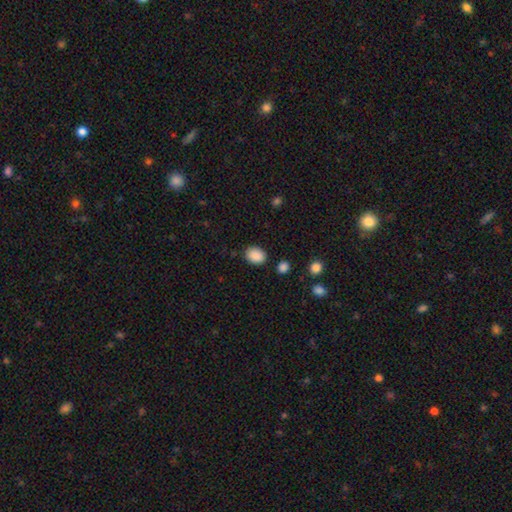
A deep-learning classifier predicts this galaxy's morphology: A smooth galaxy with no disk features (89%) that is in between round and cigar-shaped (61%). Merging: none (84%).